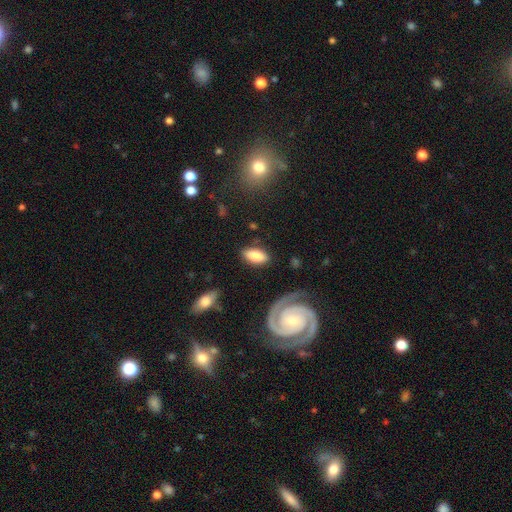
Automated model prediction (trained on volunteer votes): A smooth galaxy with no disk features (73%) that is in between round and cigar-shaped (88%).

Vote fractions:
- Smooth or featured? smooth: 73% / featured or disk: 21% / star or artifact: 6%
- How rounded? in between: 88% / cigar-shaped: 9% / round: 3%
- Merging? none: 81% / minor disturbance: 13% / major disturbance: 4% / merger: 3%